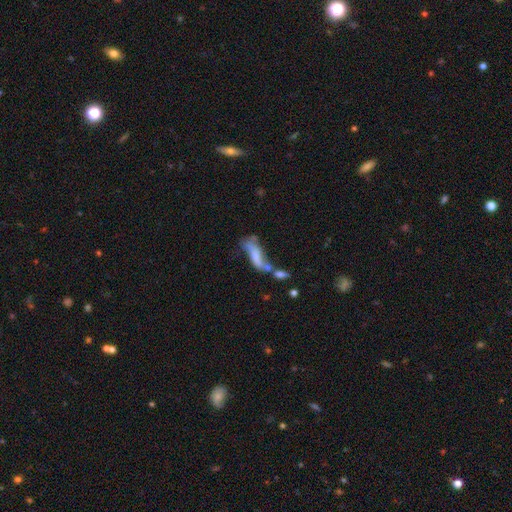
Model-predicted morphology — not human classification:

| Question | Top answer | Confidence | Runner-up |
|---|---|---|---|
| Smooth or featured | featured or disk | 46% | smooth (44%) |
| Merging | merger | 40% | none (24%) |